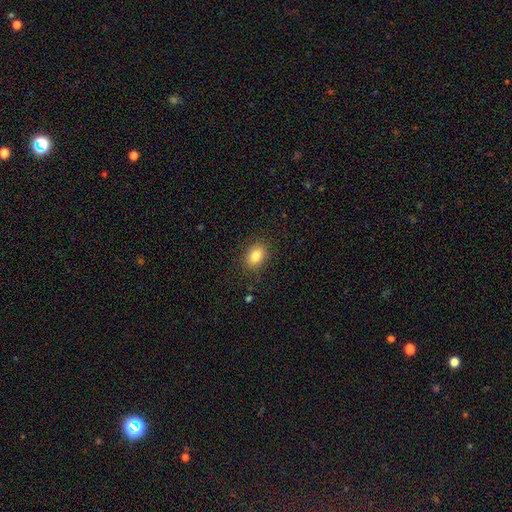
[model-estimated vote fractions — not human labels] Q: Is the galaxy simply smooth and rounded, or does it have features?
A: smooth — 83%.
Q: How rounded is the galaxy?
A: in between — 74%.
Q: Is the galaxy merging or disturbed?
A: none — 85%.